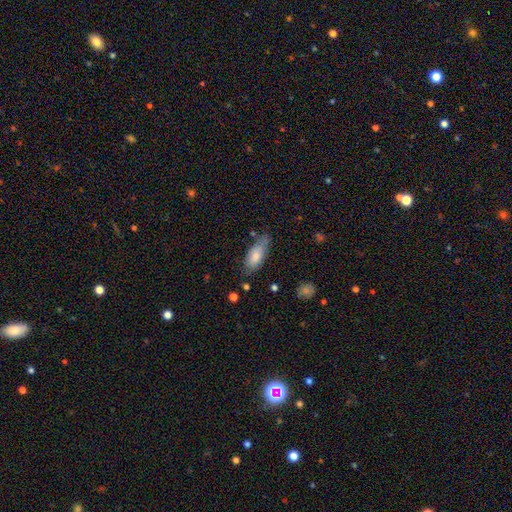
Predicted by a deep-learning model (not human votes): Morphology: type=smooth (78%); roundness=in between (82%); merging=none (56%).